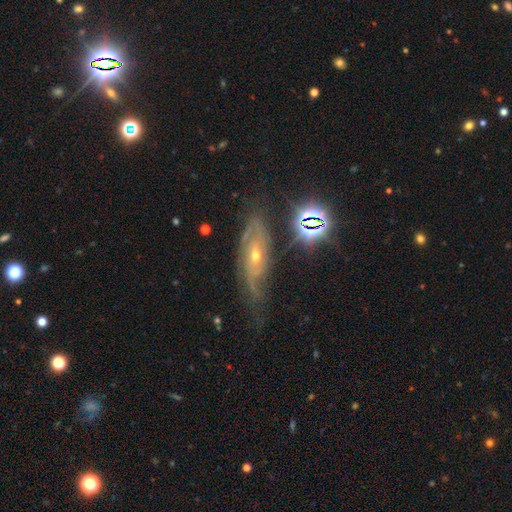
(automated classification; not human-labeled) This is likely a featured or disk galaxy (77%). It is clearly not viewed edge-on (87%). Bar: possibly no (57%). Spiral arm pattern: clearly yes (93%). Spiral arm count: marginally 2 (40%). Spiral winding: marginally tight (43%). Central bulge: possibly small (53%). Merging: possibly none (55%).